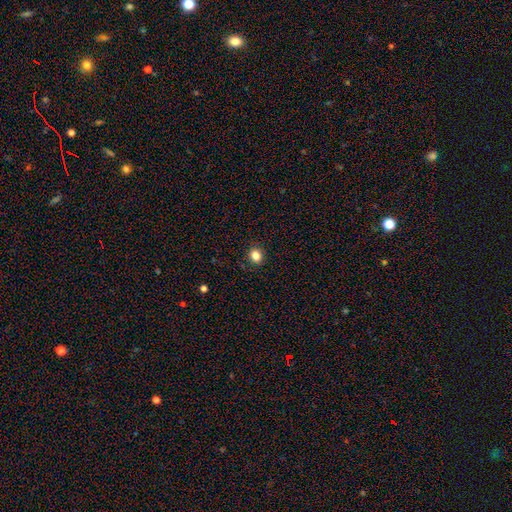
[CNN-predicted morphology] A smooth galaxy with no disk features (84%) that is round (74%). Merging: none (91%).